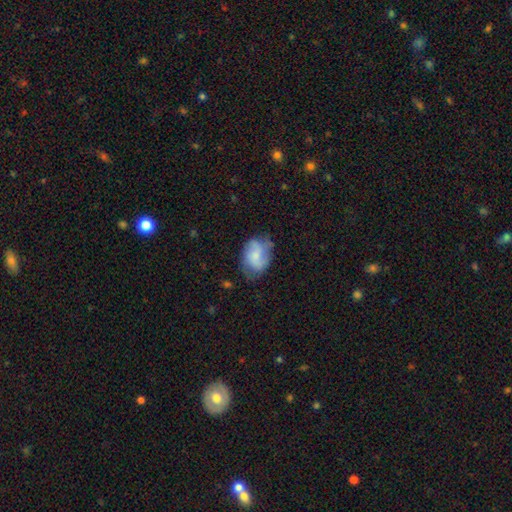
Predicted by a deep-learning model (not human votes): Smooth or featured: featured or disk — 49% (smooth — 44%)
Merging: none — 56% (minor disturbance — 29%)